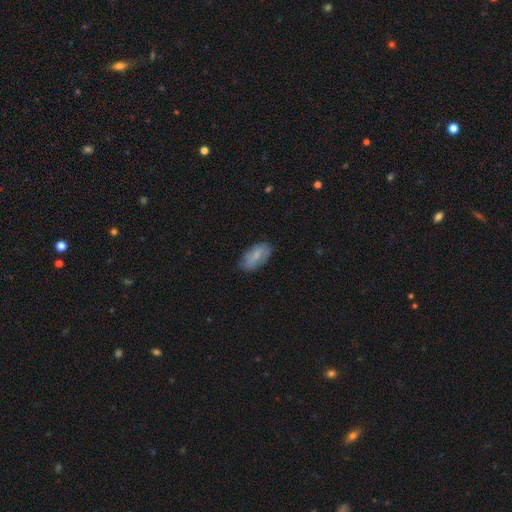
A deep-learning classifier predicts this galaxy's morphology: The model was most divided on "smooth or featured": smooth: 68%, featured or disk: 25%, star or artifact: 7%. More confident: how rounded — in between (92%); merging — none (76%).